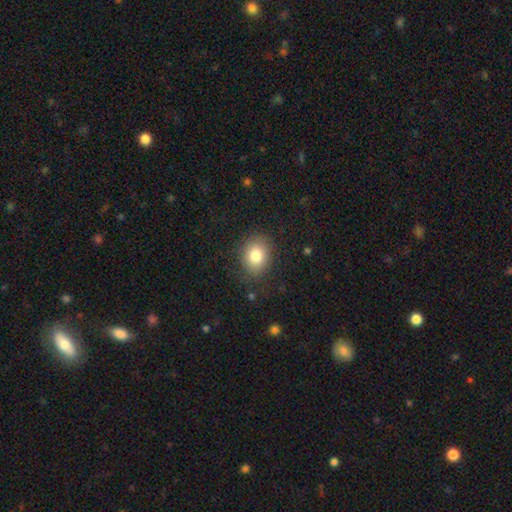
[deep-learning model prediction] Smooth or featured?
  - smooth: 82% *
  - star or artifact: 9%
  - featured or disk: 9%
How rounded?
  - in between: 54% *
  - round: 45%
  - cigar-shaped: 1%
Merging?
  - none: 83% *
  - minor disturbance: 12%
  - major disturbance: 4%
  - merger: 1%